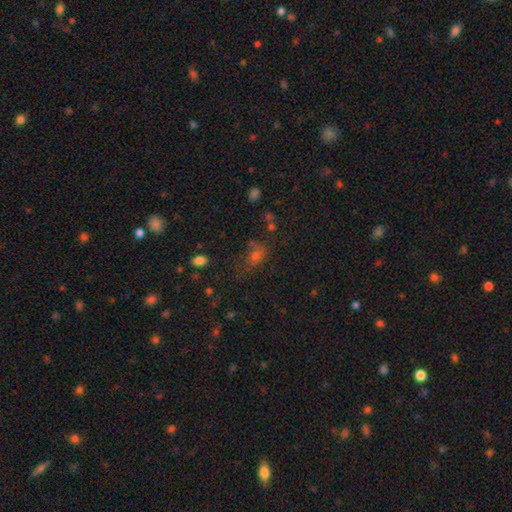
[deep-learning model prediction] Morphology: type=smooth (54%); roundness=in between (57%); merging=none (53%).